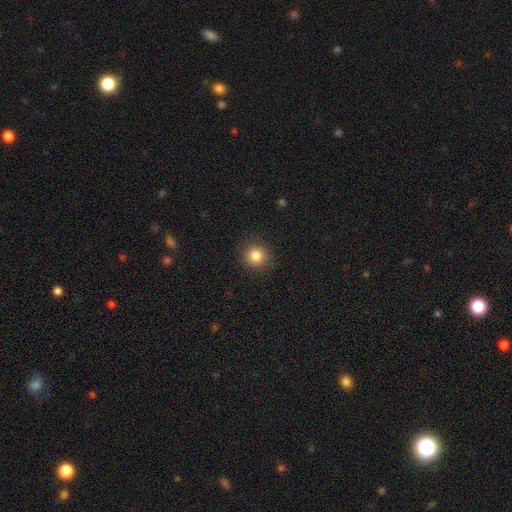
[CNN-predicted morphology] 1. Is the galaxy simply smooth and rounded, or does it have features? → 84% smooth, 11% star or artifact, 5% featured or disk.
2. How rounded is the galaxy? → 93% round, 6% in between, 1% cigar-shaped.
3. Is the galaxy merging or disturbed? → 90% none, 6% minor disturbance, 2% major disturbance, 1% merger.